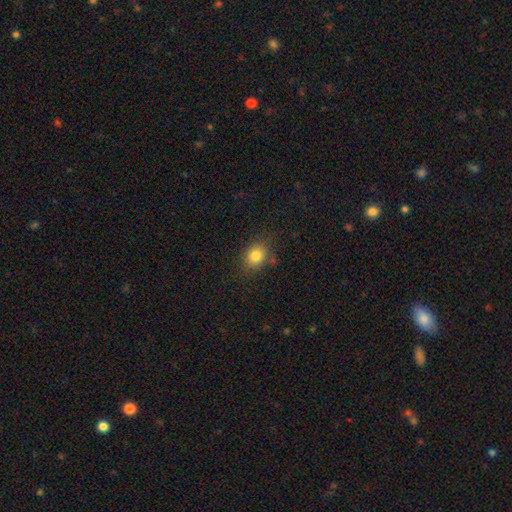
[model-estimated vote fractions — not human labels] smooth_or_featured: smooth (p=0.82) [alt: star or artifact p=0.11]
how_rounded: round (p=0.51) [alt: in between p=0.47]
merging: none (p=0.77) [alt: minor disturbance p=0.16]